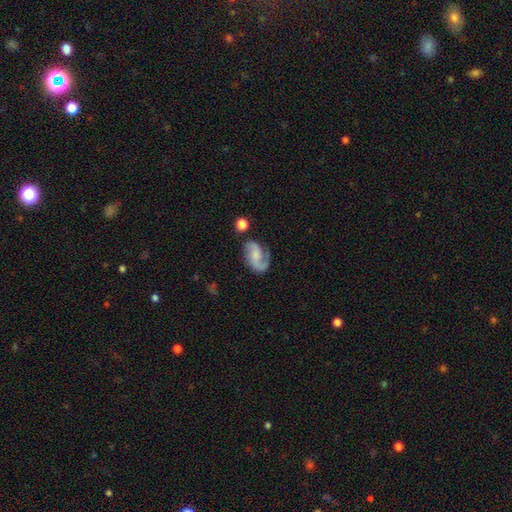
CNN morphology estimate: Smooth or featured: featured or disk — 79% (smooth — 15%)
Edge-on disk: no — 97% (yes — 3%)
Bar: no — 50% (weak — 39%)
Spiral arms: yes — 96% (no — 4%)
Spiral winding: medium — 45% (loose — 40%)
Spiral arm count: 2 — 83% (1 — 10%)
Bulge size: none — 34% (small — 31%)
Merging: none — 66% (minor disturbance — 19%)